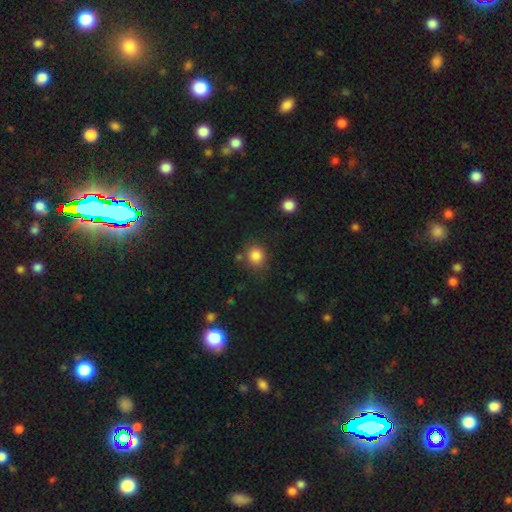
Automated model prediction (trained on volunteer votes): This appears to be a smooth galaxy with no disk features (84%) that is round (83%). Merging: none (78%).